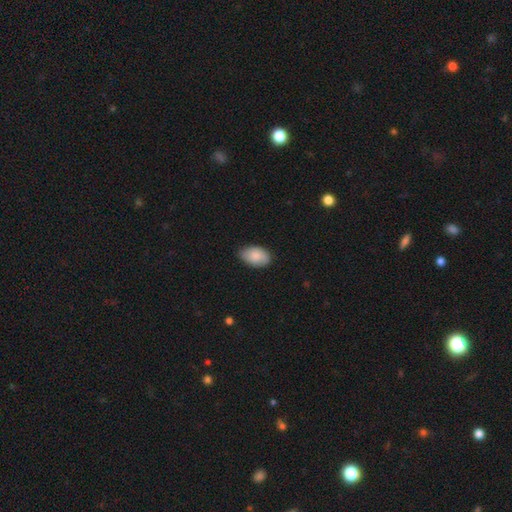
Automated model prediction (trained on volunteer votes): Morphology: type=smooth (85%); roundness=in between (92%); merging=none (80%).